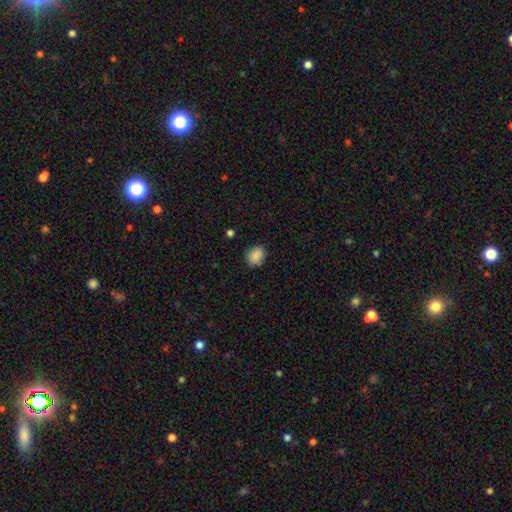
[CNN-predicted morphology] smooth_or_featured: smooth (p=0.88) [alt: star or artifact p=0.08]
how_rounded: round (p=0.55) [alt: in between p=0.44]
merging: none (p=0.84) [alt: minor disturbance p=0.12]